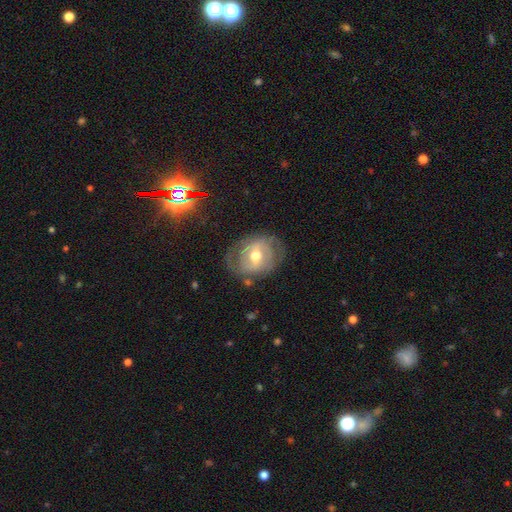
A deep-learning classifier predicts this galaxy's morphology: Smooth or featured: featured or disk — 68% (smooth — 25%)
Edge-on disk: no — 95% (yes — 5%)
Bar: weak — 45% (no — 32%)
Spiral arms: yes — 65% (no — 35%)
Bulge size: moderate — 76% (small — 13%)
Merging: none — 66% (minor disturbance — 21%)